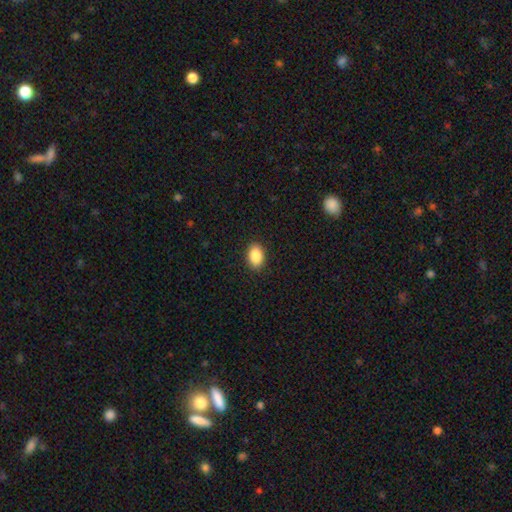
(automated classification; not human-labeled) smooth 89%, star or artifact 7%, featured or disk 4%. Down the decision tree: how rounded — in between (88%); merging — none (90%).